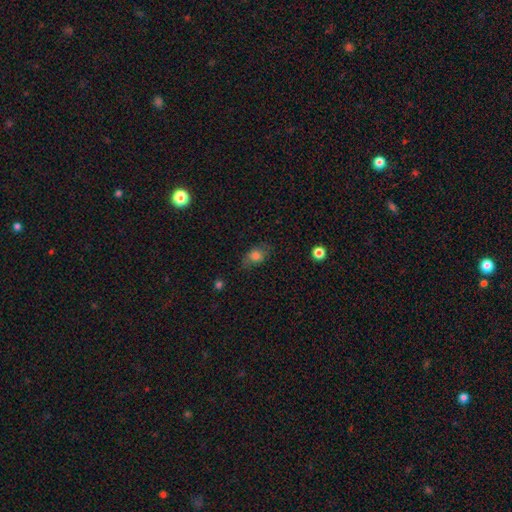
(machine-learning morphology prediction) smooth-or-featured: smooth: 73% | featured or disk: 16% | star or artifact: 11%
  how-rounded: in between: 75% | round: 22% | cigar-shaped: 3%
  merging: none: 63% | minor disturbance: 25% | major disturbance: 10% | merger: 2%